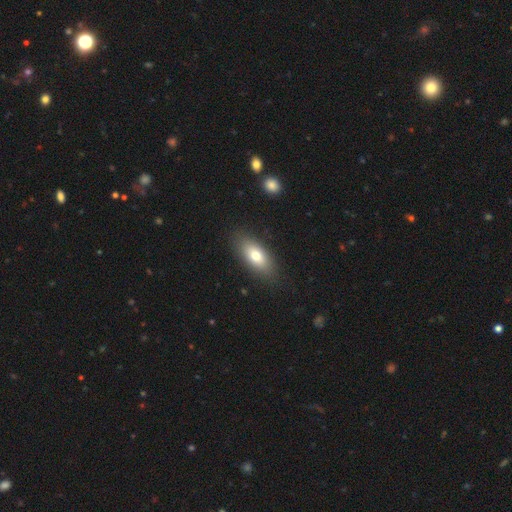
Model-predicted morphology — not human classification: This appears to be a smooth galaxy with no disk features (73%) that is in between round and cigar-shaped (84%). Merging: none (86%).